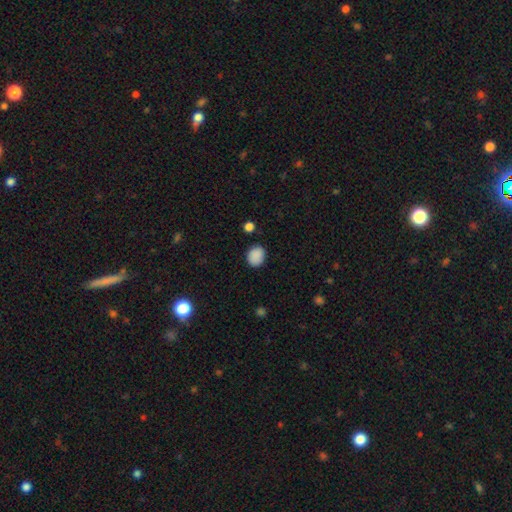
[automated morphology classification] smooth_or_featured: smooth (p=0.88) [alt: star or artifact p=0.09]
how_rounded: round (p=0.58) [alt: in between p=0.41]
merging: none (p=0.84) [alt: minor disturbance p=0.12]